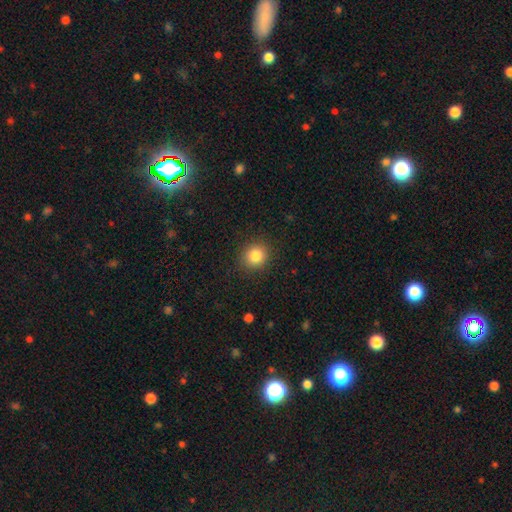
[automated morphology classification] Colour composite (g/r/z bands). It shows a smooth galaxy with no disk features (83%) that is round (84%). Merging: none (89%).